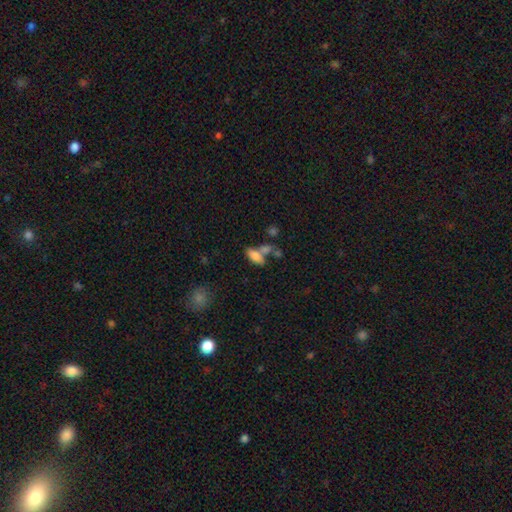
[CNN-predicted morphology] A smooth galaxy with no disk features (78%) that is in between round and cigar-shaped (83%). Merging: none (41%).